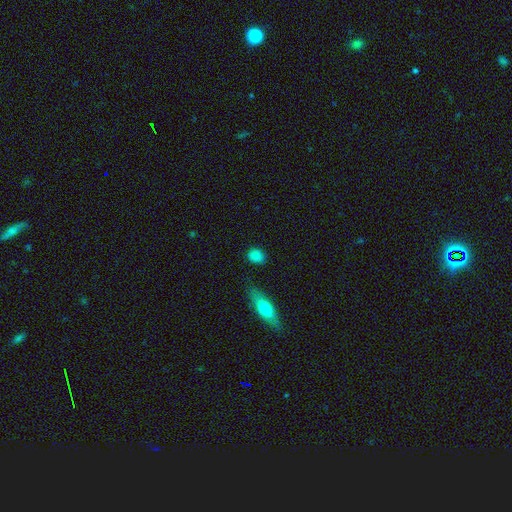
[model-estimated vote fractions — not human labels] Morphology: type=smooth (84%); roundness=round (53%); merging=none (83%).